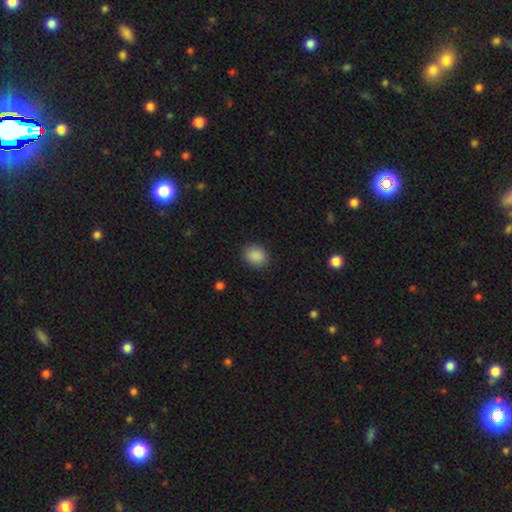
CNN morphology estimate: type=smooth (88%); roundness=round (56%); merging=none (88%).